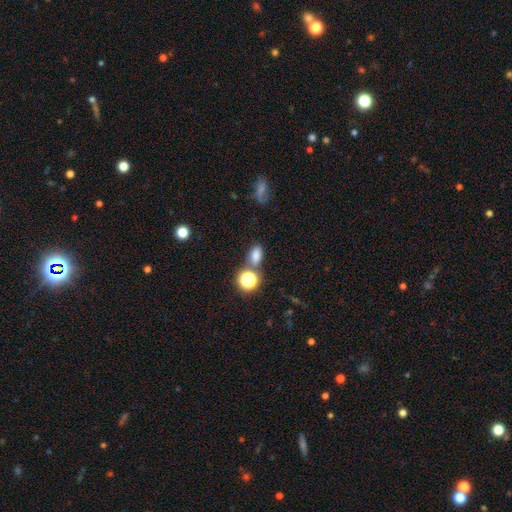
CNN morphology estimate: Smooth or featured: smooth — 75% (star or artifact — 18%)
How rounded: in between — 79% (round — 18%)
Merging: none — 68% (merger — 15%)